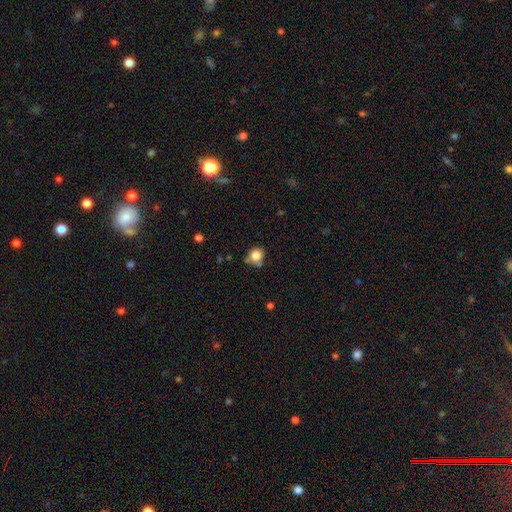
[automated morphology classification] Smooth or featured?
  - smooth: 82% *
  - star or artifact: 11%
  - featured or disk: 8%
How rounded?
  - round: 83% *
  - in between: 16%
  - cigar-shaped: 1%
Merging?
  - none: 60% *
  - minor disturbance: 24%
  - merger: 10%
  - major disturbance: 6%